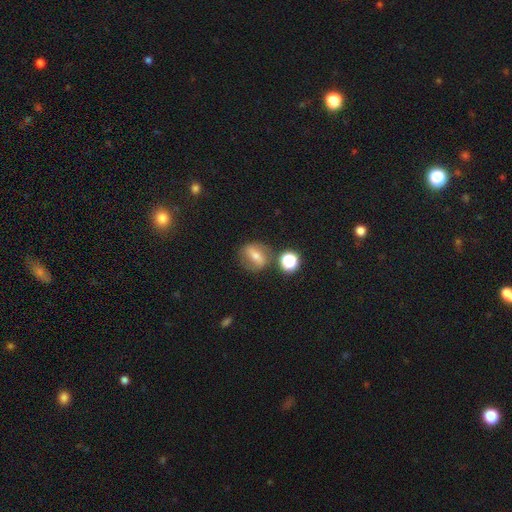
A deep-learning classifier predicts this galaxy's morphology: A featured or disk galaxy (45%).

Vote fractions:
- Smooth or featured? featured or disk: 45% / smooth: 42% / star or artifact: 13%
- Merging? none: 69% / minor disturbance: 15% / merger: 9% / major disturbance: 7%